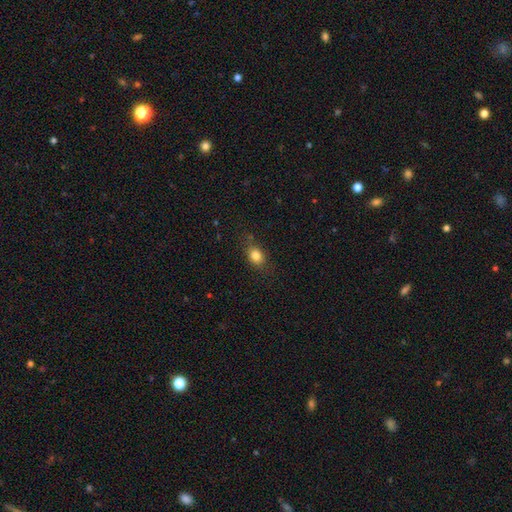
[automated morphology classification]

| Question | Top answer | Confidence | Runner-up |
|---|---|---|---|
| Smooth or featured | smooth | 82% | star or artifact (10%) |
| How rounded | in between | 63% | round (34%) |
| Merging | none | 75% | minor disturbance (18%) |